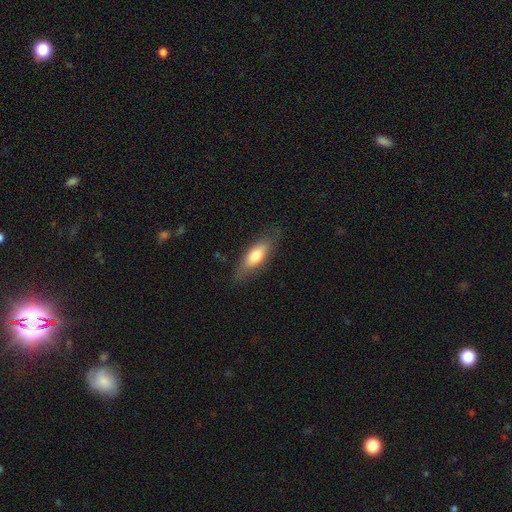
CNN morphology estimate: Q: Smooth or featured?
A: smooth (68%); runner-up: featured or disk (26%)
Q: How rounded?
A: in between (64%); runner-up: cigar-shaped (34%)
Q: Merging?
A: none (76%); runner-up: minor disturbance (17%)